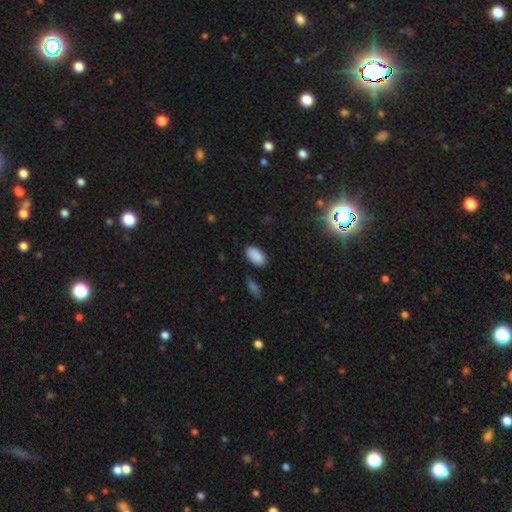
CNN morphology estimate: Smooth or featured? Predicted: smooth (p=0.88). How rounded? Predicted: in between (p=0.95). Merging? Predicted: none (p=0.82).